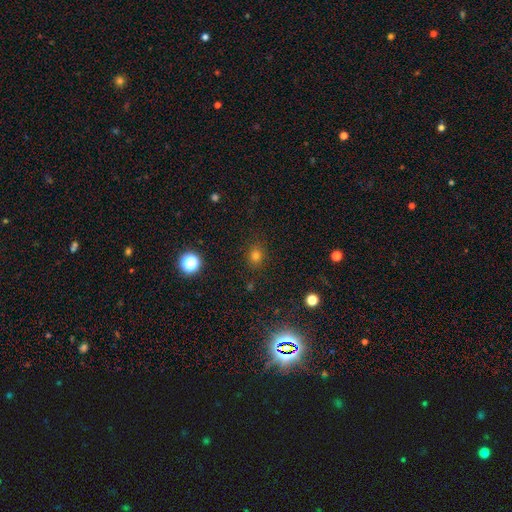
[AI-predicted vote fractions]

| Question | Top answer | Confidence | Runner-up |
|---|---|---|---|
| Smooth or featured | smooth | 69% | star or artifact (24%) |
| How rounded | round | 67% | in between (32%) |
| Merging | none | 87% | minor disturbance (9%) |